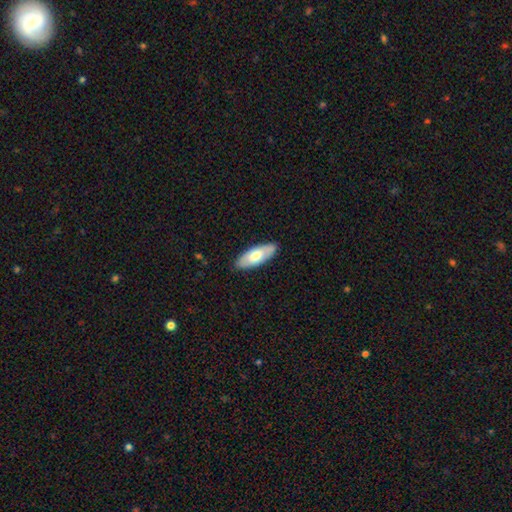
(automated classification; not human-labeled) Smooth or featured? Predicted: smooth (p=0.62). How rounded? Predicted: in between (p=0.78). Merging? Predicted: none (p=0.86).